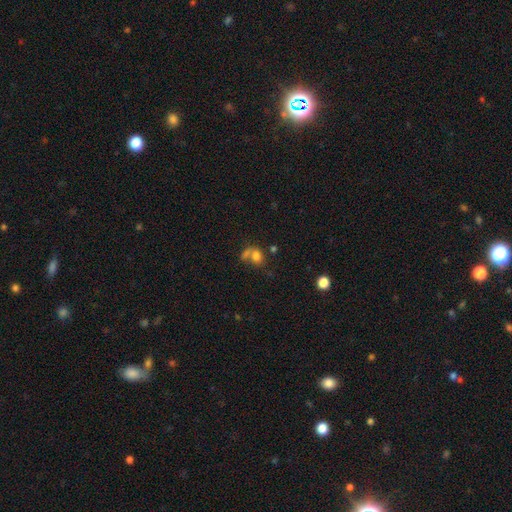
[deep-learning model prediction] Smooth or featured?
  - smooth: 74% *
  - star or artifact: 13%
  - featured or disk: 13%
How rounded?
  - in between: 51% *
  - round: 47%
  - cigar-shaped: 2%
Merging?
  - merger: 41% *
  - none: 37%
  - minor disturbance: 12%
  - major disturbance: 10%